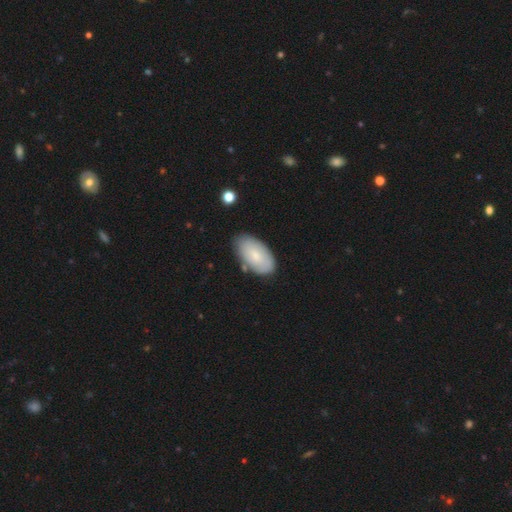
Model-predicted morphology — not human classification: Overall: smooth (72%). How rounded: in between (95%). Merging: none (78%).